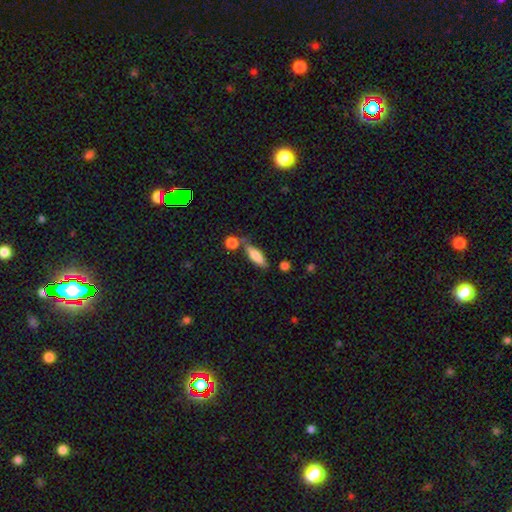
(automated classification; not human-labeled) Smooth or featured?
  - smooth: 77% *
  - featured or disk: 16%
  - star or artifact: 7%
How rounded?
  - in between: 54% *
  - cigar-shaped: 44%
  - round: 3%
Merging?
  - none: 61% *
  - merger: 18%
  - minor disturbance: 16%
  - major disturbance: 5%